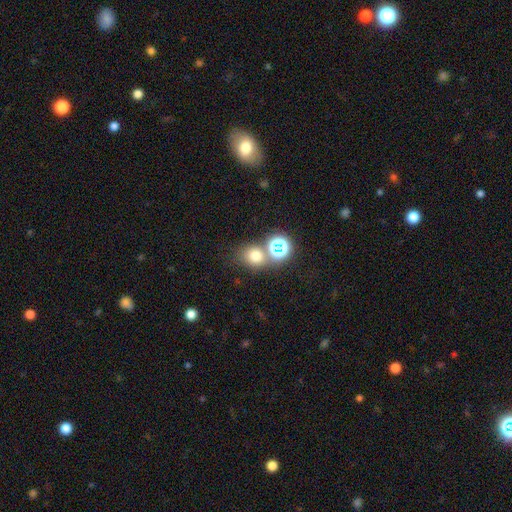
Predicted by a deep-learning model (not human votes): Smooth or featured?
  - smooth: 68% *
  - star or artifact: 23%
  - featured or disk: 9%
How rounded?
  - round: 72% *
  - in between: 27%
  - cigar-shaped: 1%
Merging?
  - none: 59% *
  - merger: 26%
  - minor disturbance: 10%
  - major disturbance: 5%